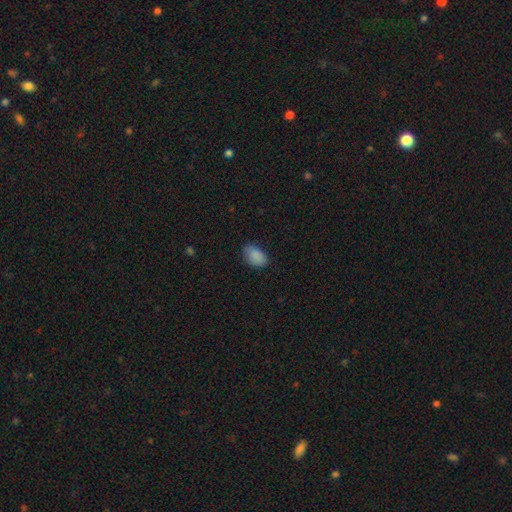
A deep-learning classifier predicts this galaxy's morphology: Smooth or featured? Predicted: smooth (p=0.88). How rounded? Predicted: in between (p=0.89). Merging? Predicted: none (p=0.78).